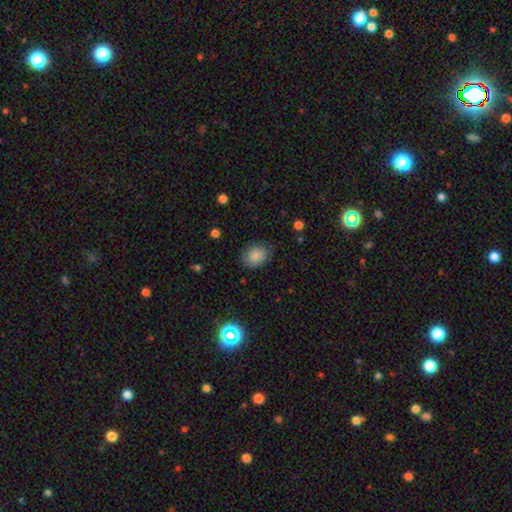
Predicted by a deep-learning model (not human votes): smooth-or-featured: smooth: 82% | featured or disk: 9% | star or artifact: 8%
  how-rounded: in between: 57% | round: 42% | cigar-shaped: 1%
  merging: none: 74% | minor disturbance: 20% | major disturbance: 5% | merger: 1%